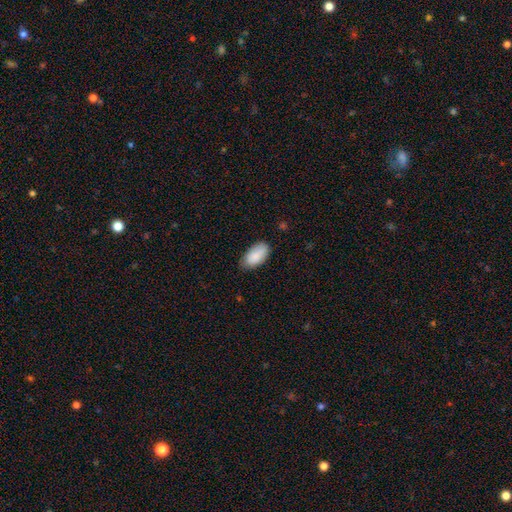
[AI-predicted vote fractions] Overall: smooth (88%). How rounded: in between (95%). Merging: none (76%).